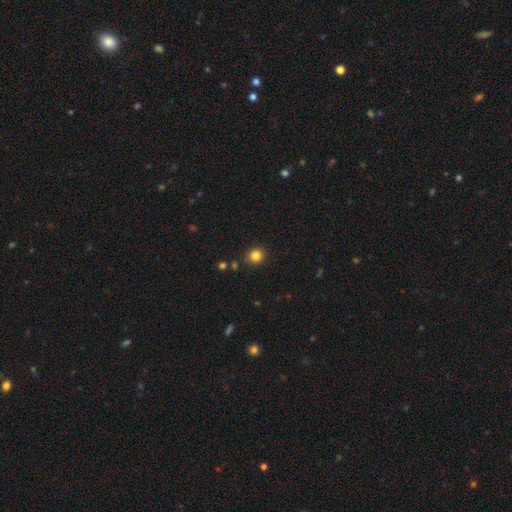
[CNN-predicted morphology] smooth_or_featured: smooth (p=0.83) [alt: star or artifact p=0.12]
how_rounded: round (p=0.89) [alt: in between p=0.10]
merging: none (p=0.88) [alt: minor disturbance p=0.07]